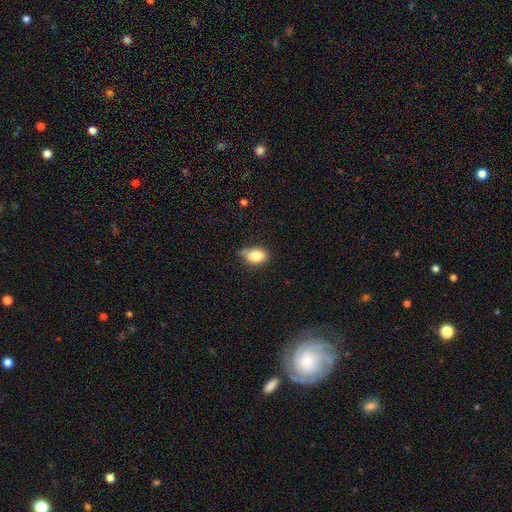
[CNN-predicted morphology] Overall: smooth (82%). How rounded: in between (79%). Merging: none (60%; minor disturbance 31%).